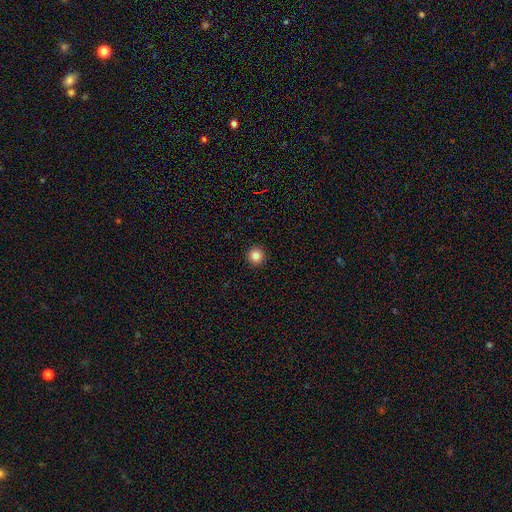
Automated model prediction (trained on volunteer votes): Smooth or featured? smooth (85%)
How rounded? round (96%)
Merging? none (94%)